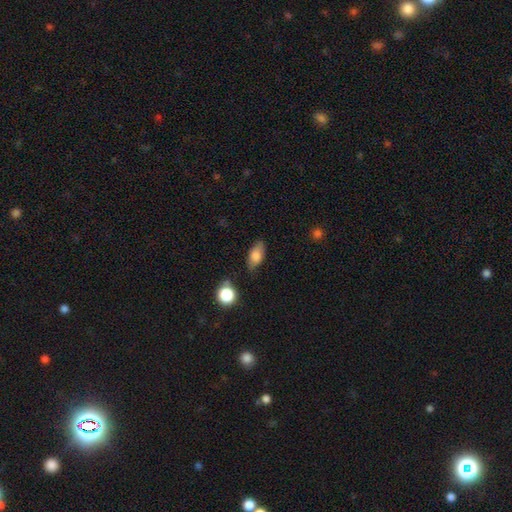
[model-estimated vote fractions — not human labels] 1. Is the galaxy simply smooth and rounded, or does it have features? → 77% smooth, 14% featured or disk, 9% star or artifact.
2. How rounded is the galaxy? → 85% in between, 8% cigar-shaped, 7% round.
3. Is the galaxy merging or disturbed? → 75% none, 18% minor disturbance, 4% major disturbance, 3% merger.